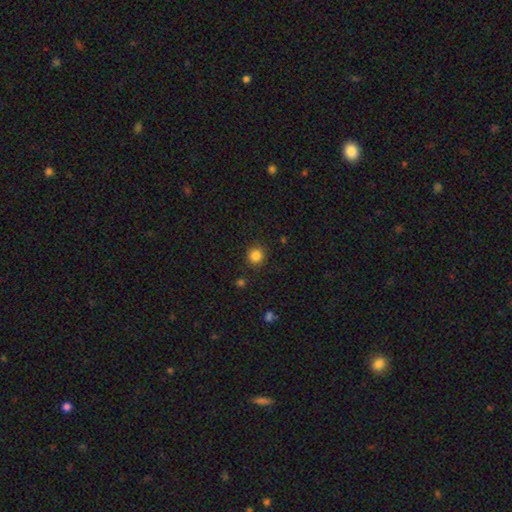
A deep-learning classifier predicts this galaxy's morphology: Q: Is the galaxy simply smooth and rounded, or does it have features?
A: smooth — 84%.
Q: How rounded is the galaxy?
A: round — 93%.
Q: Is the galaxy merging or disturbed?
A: none — 90%.